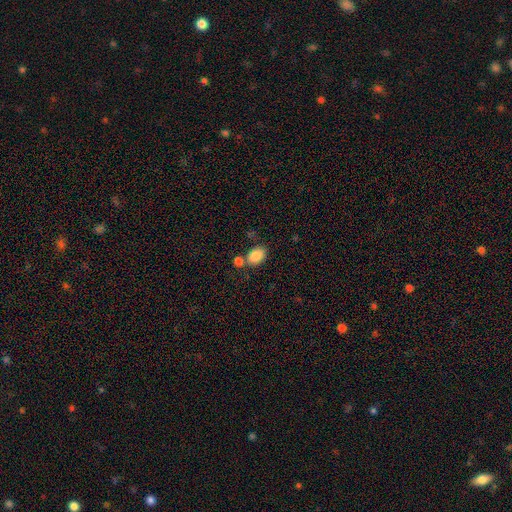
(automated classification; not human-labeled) A smooth galaxy with no disk features (86%) that is in between round and cigar-shaped (79%).

Vote fractions:
- Smooth or featured? smooth: 86% / star or artifact: 8% / featured or disk: 5%
- How rounded? in between: 79% / round: 20% / cigar-shaped: 1%
- Merging? none: 60% / merger: 23% / minor disturbance: 13% / major disturbance: 4%